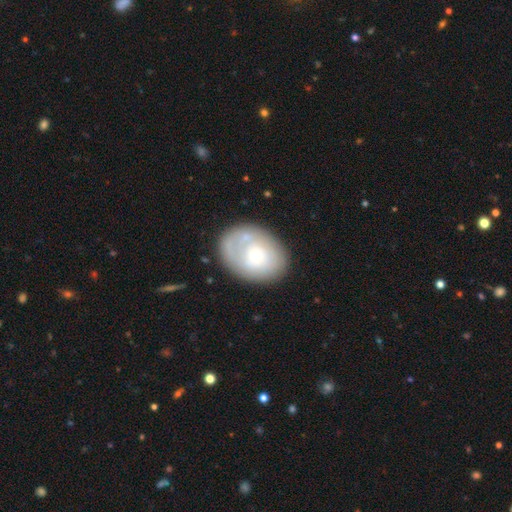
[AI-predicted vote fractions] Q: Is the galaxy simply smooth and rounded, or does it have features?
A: smooth — 51%.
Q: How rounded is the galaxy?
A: in between — 64%.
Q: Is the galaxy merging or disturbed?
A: none — 66%.